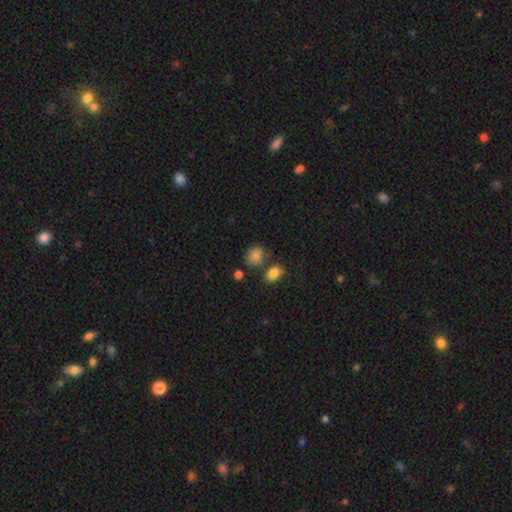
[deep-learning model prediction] This appears to be a smooth galaxy with no disk features (82%) that is round (57%). Merging: none (63%).